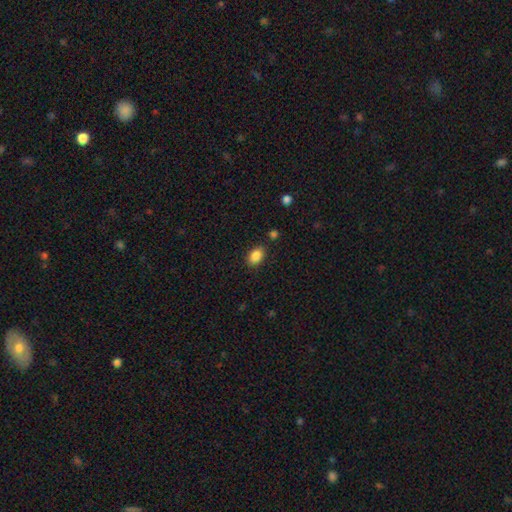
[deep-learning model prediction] Smooth or featured: smooth — 87% (star or artifact — 9%)
How rounded: in between — 86% (round — 12%)
Merging: none — 83% (minor disturbance — 11%)